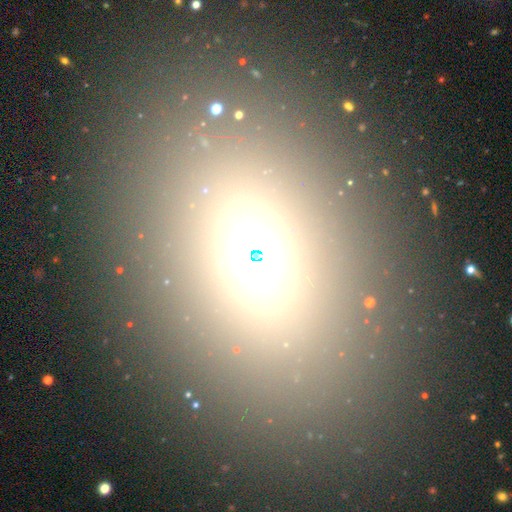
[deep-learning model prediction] smooth-or-featured: smooth: 52% | star or artifact: 30% | featured or disk: 18%
  how-rounded: in between: 55% | round: 40% | cigar-shaped: 5%
  merging: none: 83% | minor disturbance: 9% | major disturbance: 5% | merger: 3%